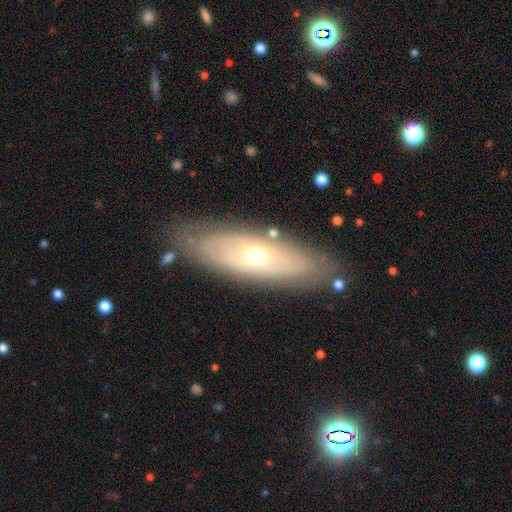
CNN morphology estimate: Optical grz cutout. It shows a featured or disk galaxy (62%). Merging: none (81%).